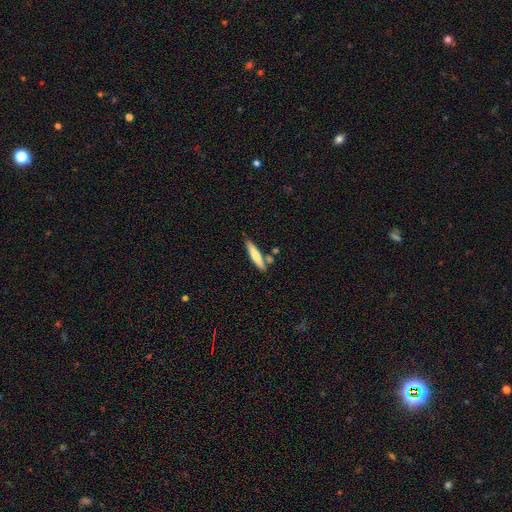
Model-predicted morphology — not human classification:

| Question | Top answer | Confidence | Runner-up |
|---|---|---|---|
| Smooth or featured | smooth | 67% | featured or disk (27%) |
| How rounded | cigar-shaped | 87% | in between (12%) |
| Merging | none | 76% | minor disturbance (12%) |